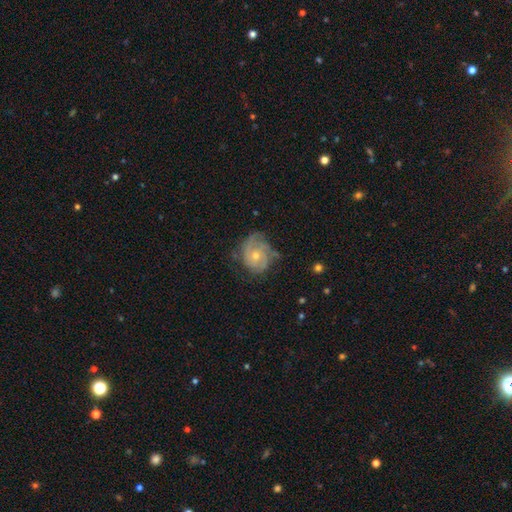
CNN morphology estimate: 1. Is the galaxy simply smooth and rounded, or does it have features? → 80% featured or disk, 14% smooth, 6% star or artifact.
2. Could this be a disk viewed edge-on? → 98% no, 2% yes.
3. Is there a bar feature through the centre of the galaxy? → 77% no, 20% weak, 3% strong.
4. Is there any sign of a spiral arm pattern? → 94% yes, 6% no.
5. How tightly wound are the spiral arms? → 64% tight, 29% medium, 8% loose.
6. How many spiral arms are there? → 30% 3, 28% 2, 24% can't tell, 7% 4, 6% 1, 4% more than 4.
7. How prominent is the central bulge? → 49% moderate, 47% small, 2% large, 1% none, 1% dominant.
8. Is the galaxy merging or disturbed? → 60% none, 26% minor disturbance, 12% major disturbance, 2% merger.